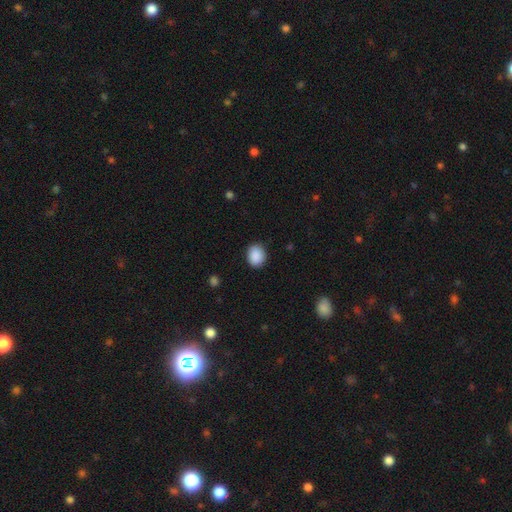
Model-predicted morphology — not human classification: This appears to be a smooth galaxy with no disk features (90%) that is round (52%). Merging: none (89%).